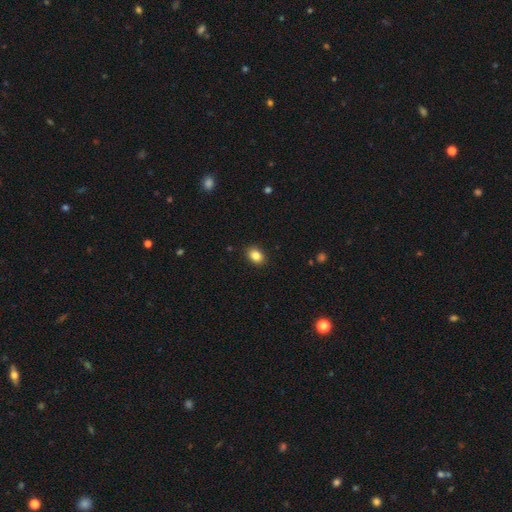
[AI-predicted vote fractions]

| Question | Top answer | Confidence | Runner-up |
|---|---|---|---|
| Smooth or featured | smooth | 85% | star or artifact (9%) |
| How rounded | in between | 64% | round (35%) |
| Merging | none | 90% | minor disturbance (7%) |